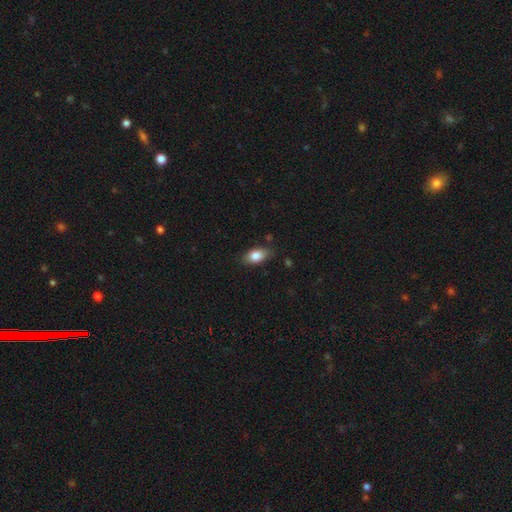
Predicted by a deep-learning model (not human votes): A smooth galaxy with no disk features (83%) that is in between round and cigar-shaped (89%). Merging: none (80%).